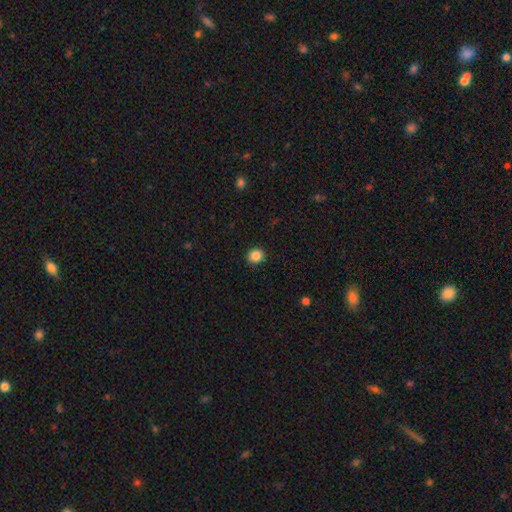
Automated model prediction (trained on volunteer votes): smooth 86%, star or artifact 10%, featured or disk 4%. Down the decision tree: how rounded — round (88%); merging — none (92%).